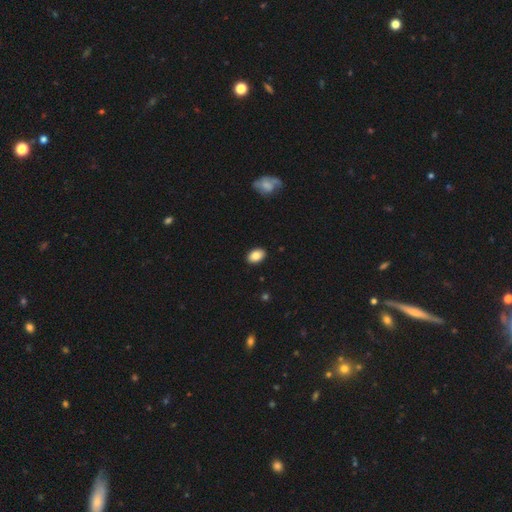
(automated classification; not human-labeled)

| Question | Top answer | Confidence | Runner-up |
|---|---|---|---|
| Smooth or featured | smooth | 85% | star or artifact (8%) |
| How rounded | in between | 87% | round (12%) |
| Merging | none | 90% | minor disturbance (7%) |